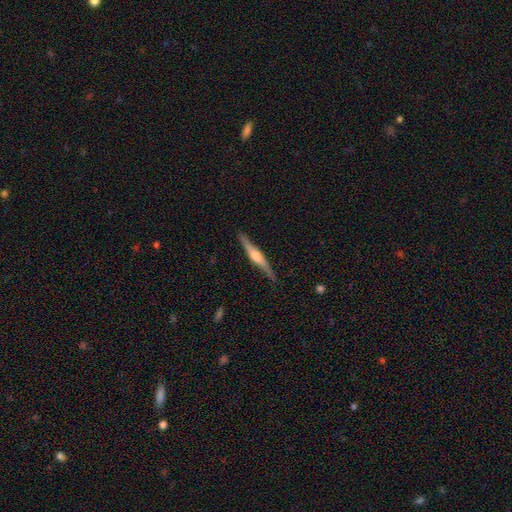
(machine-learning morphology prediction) Smooth or featured? Predicted: featured or disk (p=0.74). Edge-on disk? Predicted: yes (p=0.96). Edge-on bulge? Predicted: rounded (p=0.79). Merging? Predicted: none (p=0.83).